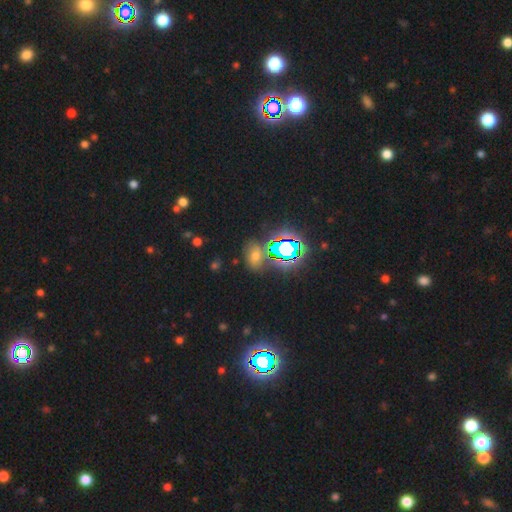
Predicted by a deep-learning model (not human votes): A star or artifact, not a galaxy (48%).

Vote fractions:
- Smooth or featured? star or artifact: 48% / smooth: 41% / featured or disk: 10%